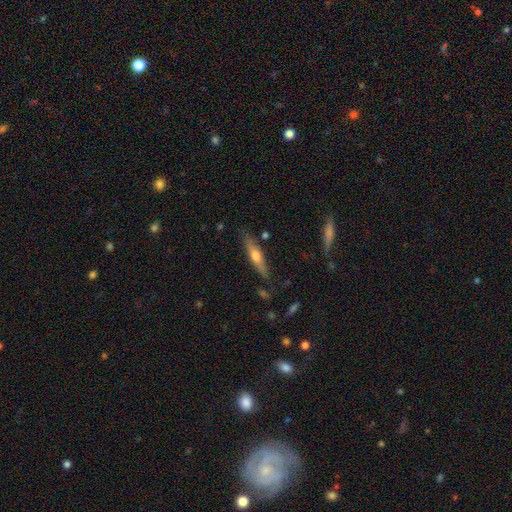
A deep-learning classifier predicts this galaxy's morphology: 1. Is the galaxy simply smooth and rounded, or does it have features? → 48% featured or disk, 45% smooth, 6% star or artifact.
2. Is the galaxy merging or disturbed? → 81% none, 14% minor disturbance, 3% major disturbance, 3% merger.